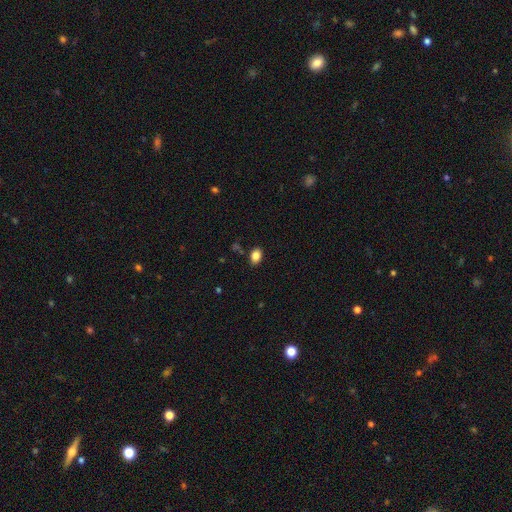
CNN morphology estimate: This appears to be a smooth galaxy with no disk features (85%) that is in between round and cigar-shaped (81%). Merging: none (85%).